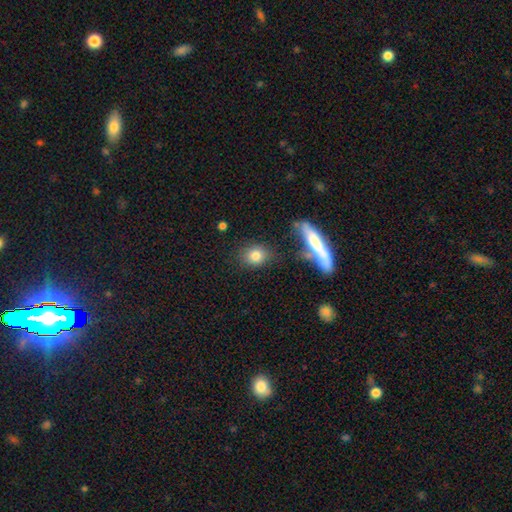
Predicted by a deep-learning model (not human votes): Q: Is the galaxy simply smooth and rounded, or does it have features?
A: smooth — 80%.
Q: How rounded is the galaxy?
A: round — 63%.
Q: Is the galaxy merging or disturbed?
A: none — 75%.